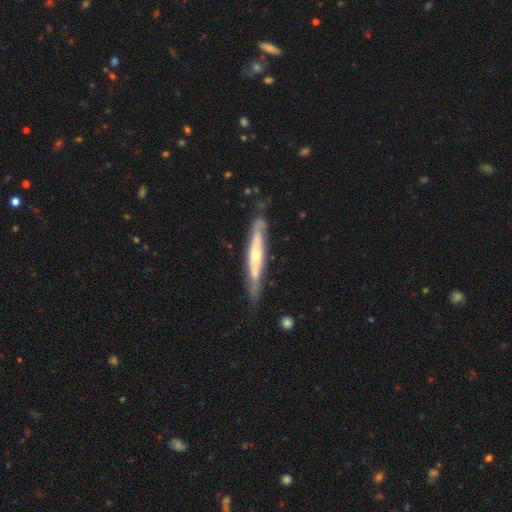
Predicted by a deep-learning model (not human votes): Q: Smooth or featured?
A: featured or disk (70%); runner-up: smooth (25%)
Q: Edge-on disk?
A: yes (68%); runner-up: no (32%)
Q: Merging?
A: none (73%); runner-up: minor disturbance (20%)